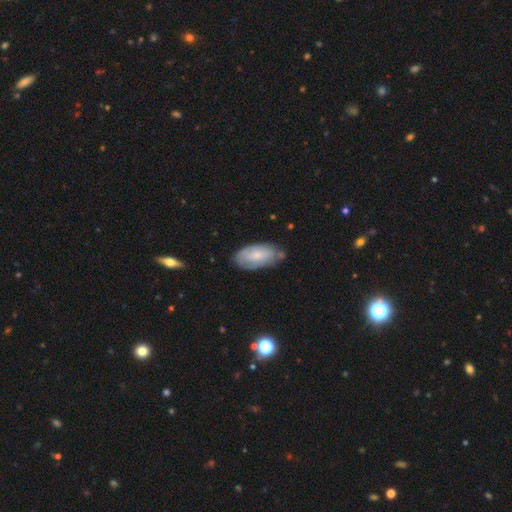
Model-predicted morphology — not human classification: Overall: smooth (63%; featured or disk 30%). How rounded: in between (92%). Merging: none (66%).